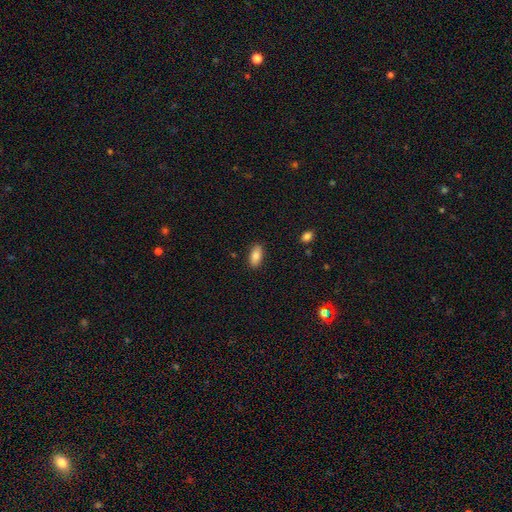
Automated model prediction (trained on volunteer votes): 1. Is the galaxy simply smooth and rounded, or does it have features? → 84% smooth, 9% featured or disk, 7% star or artifact.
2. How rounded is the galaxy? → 91% in between, 6% cigar-shaped, 3% round.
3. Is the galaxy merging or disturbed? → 87% none, 9% minor disturbance, 2% major disturbance, 1% merger.